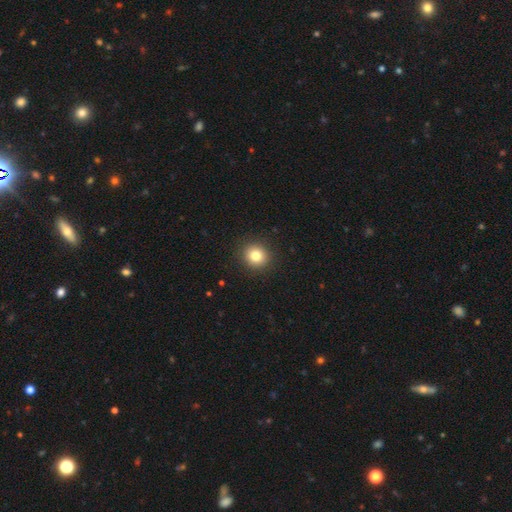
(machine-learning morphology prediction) Smooth or featured? Predicted: smooth (p=0.82). How rounded? Predicted: round (p=0.89). Merging? Predicted: none (p=0.91).